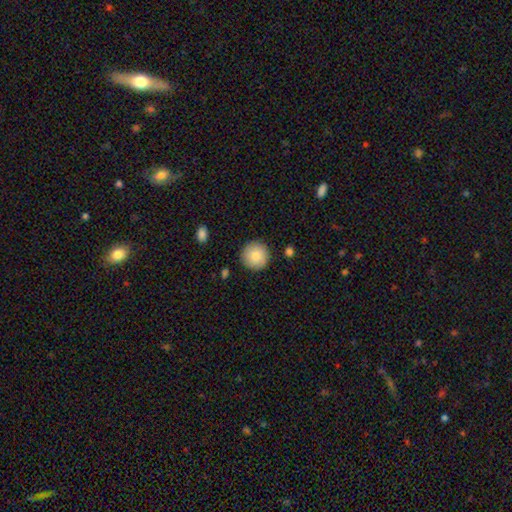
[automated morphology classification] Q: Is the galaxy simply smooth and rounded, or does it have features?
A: smooth — 85%.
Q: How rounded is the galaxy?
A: round — 95%.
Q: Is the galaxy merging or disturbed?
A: none — 90%.